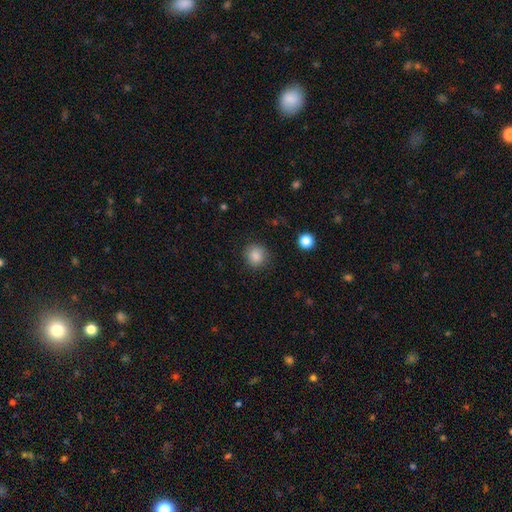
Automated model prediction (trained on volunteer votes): Q: Smooth or featured?
A: smooth (86%); runner-up: star or artifact (10%)
Q: How rounded?
A: round (89%); runner-up: in between (10%)
Q: Merging?
A: none (87%); runner-up: minor disturbance (9%)